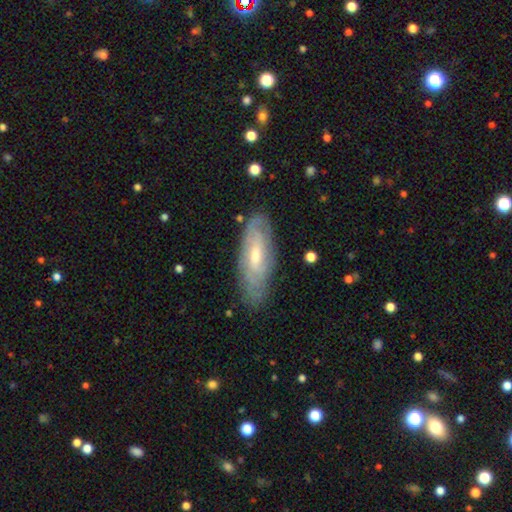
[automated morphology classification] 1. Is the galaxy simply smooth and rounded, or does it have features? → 67% featured or disk, 27% smooth, 6% star or artifact.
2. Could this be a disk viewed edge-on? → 79% no, 21% yes.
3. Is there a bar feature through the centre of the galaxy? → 47% no, 43% weak, 10% strong.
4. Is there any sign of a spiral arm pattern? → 78% yes, 22% no.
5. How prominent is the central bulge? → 55% moderate, 37% small, 5% large, 2% none, 1% dominant.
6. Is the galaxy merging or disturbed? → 79% none, 16% minor disturbance, 4% major disturbance, 1% merger.